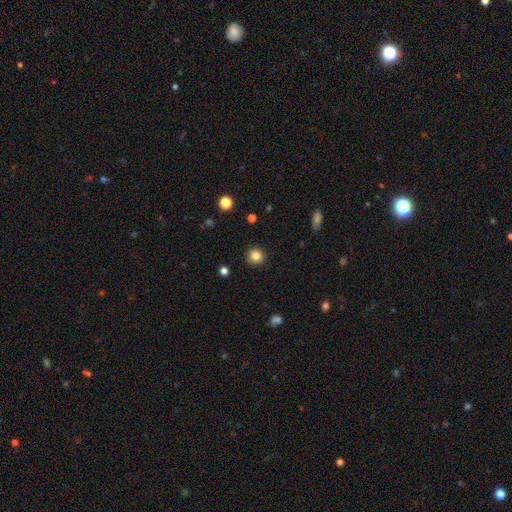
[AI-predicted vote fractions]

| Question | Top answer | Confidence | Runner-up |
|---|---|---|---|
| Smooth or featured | smooth | 84% | star or artifact (11%) |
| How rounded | round | 93% | in between (6%) |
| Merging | none | 91% | minor disturbance (6%) |